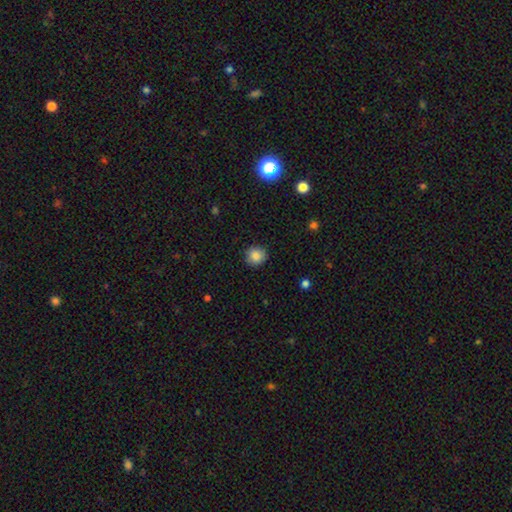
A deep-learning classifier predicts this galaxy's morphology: This appears to be a smooth galaxy with no disk features (85%) that is round (89%). Merging: none (89%).